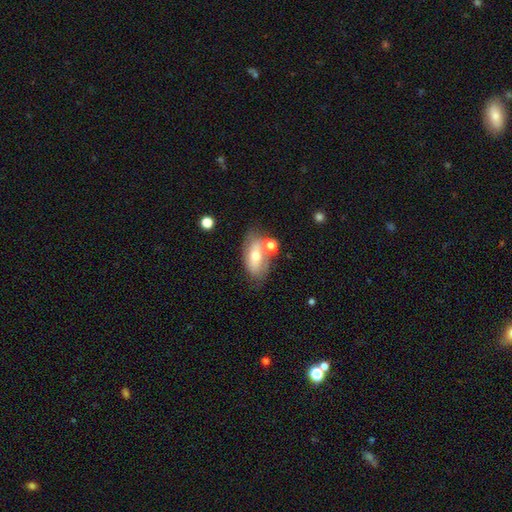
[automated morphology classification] Smooth or featured? Predicted: smooth (p=0.54). How rounded? Predicted: in between (p=0.85). Merging? Predicted: none (p=0.53).